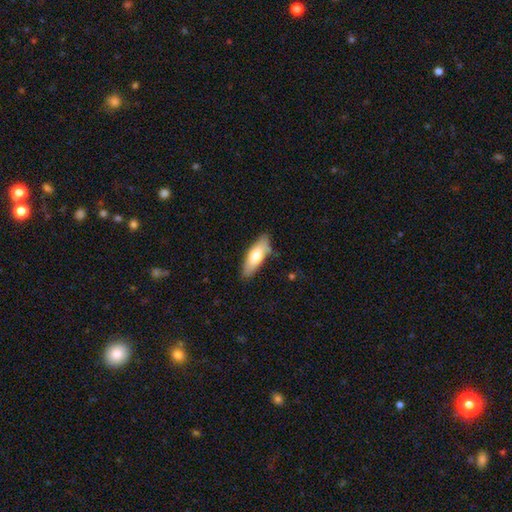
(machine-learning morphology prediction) Overall: smooth (69%). How rounded: in between (57%; cigar-shaped 41%). Merging: none (77%).